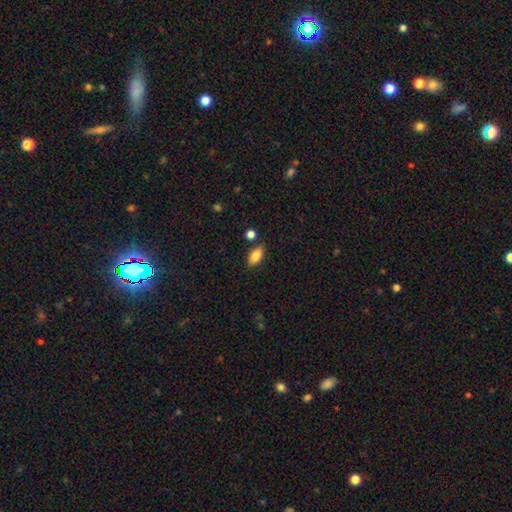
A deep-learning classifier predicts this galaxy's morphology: smooth 84%, featured or disk 8%, star or artifact 8%. Down the decision tree: how rounded — in between (90%); merging — none (81%).